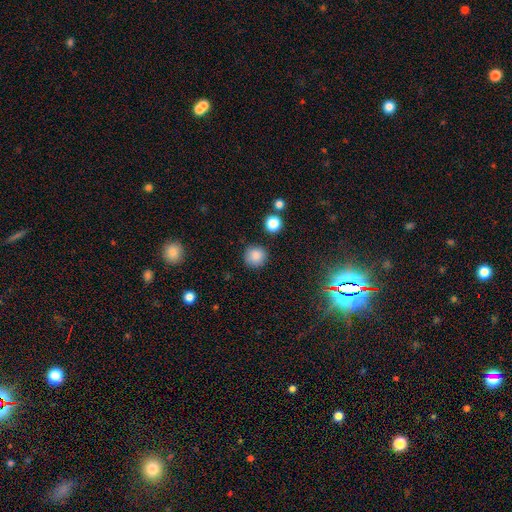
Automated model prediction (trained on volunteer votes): This is clearly a smooth galaxy (85%). How rounded: clearly round (93%). Merging: clearly none (87%).